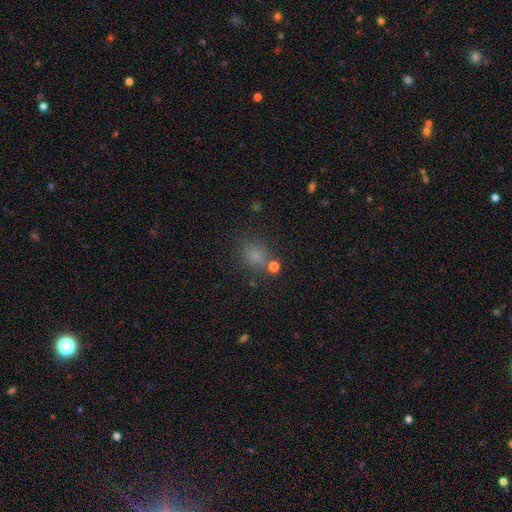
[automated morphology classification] Smooth or featured: smooth — 74% (star or artifact — 20%)
How rounded: round — 61% (in between — 37%)
Merging: none — 74% (minor disturbance — 13%)